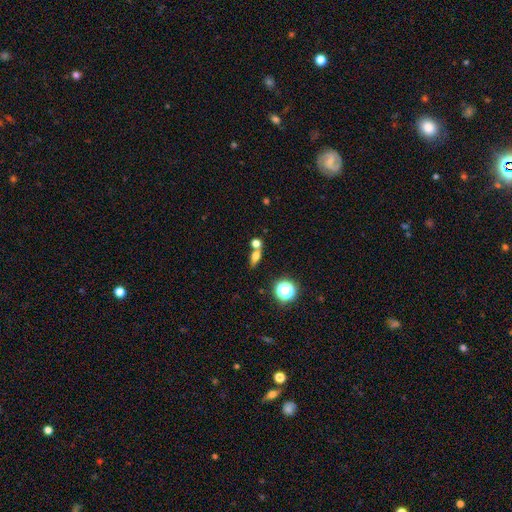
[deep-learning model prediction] Smooth or featured?
  - smooth: 68% *
  - featured or disk: 16%
  - star or artifact: 15%
How rounded?
  - in between: 59% *
  - round: 25%
  - cigar-shaped: 16%
Merging?
  - none: 54% *
  - merger: 32%
  - minor disturbance: 10%
  - major disturbance: 4%